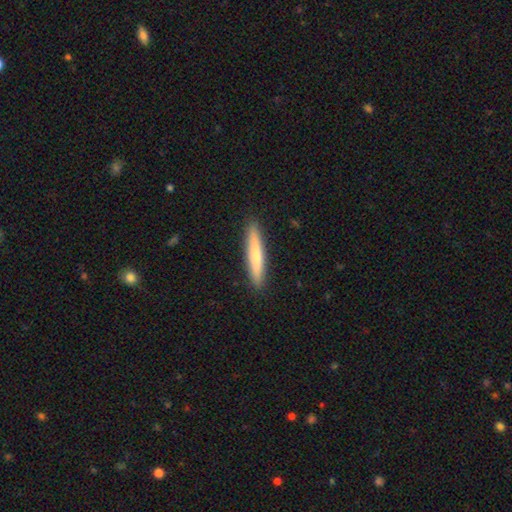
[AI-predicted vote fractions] smooth 67%, featured or disk 27%, star or artifact 5%. Down the decision tree: how rounded — cigar-shaped (93%); merging — none (91%).